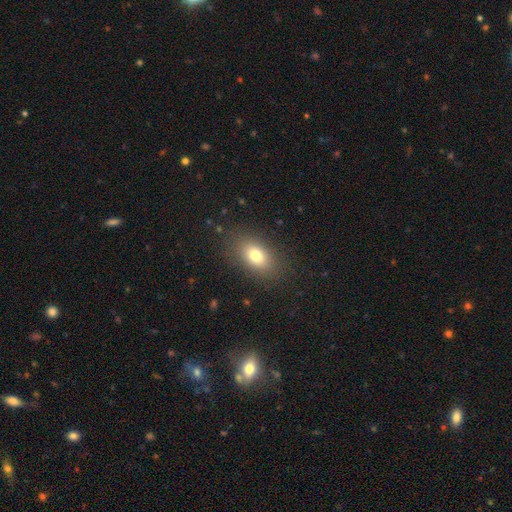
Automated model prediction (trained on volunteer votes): smooth_or_featured: smooth (p=0.76) [alt: featured or disk p=0.12]
how_rounded: in between (p=0.82) [alt: round p=0.15]
merging: none (p=0.85) [alt: minor disturbance p=0.09]